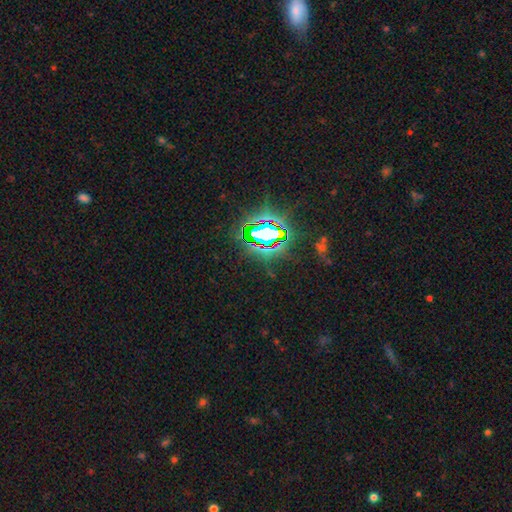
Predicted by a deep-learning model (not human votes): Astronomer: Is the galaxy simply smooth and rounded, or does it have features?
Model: star or artifact — 83%.